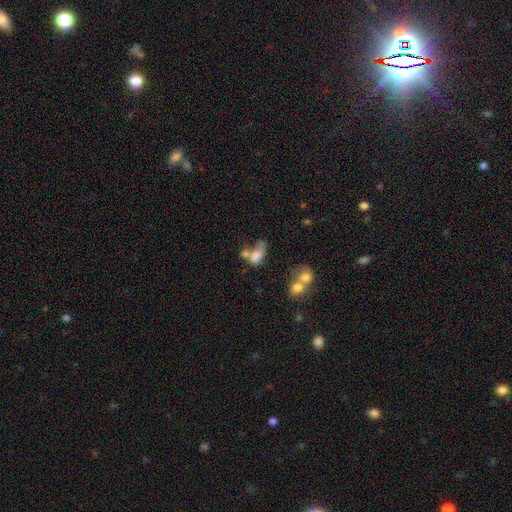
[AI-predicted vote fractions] Overall: smooth (66%). How rounded: in between (84%). Merging: merger (47%; major disturbance 20%).